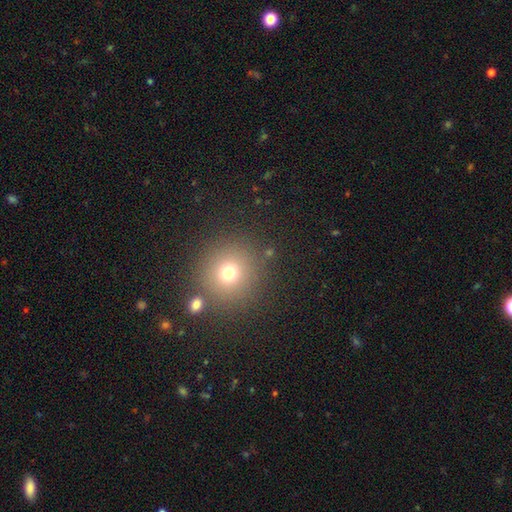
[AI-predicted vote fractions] Smooth or featured? smooth (64%)
How rounded? round (93%)
Merging? none (86%)